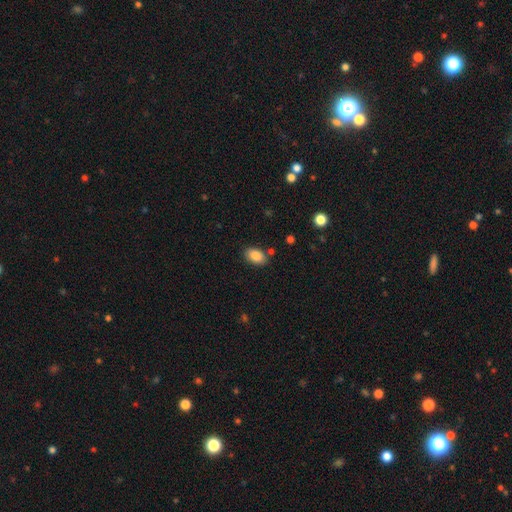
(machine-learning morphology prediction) This is clearly a smooth galaxy (87%). How rounded: clearly in between (90%). Merging: clearly none (82%).